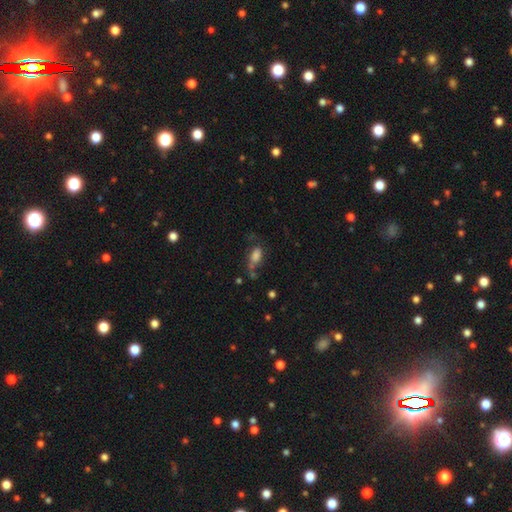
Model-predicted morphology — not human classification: Smooth or featured? smooth (76%)
How rounded? in between (88%)
Merging? none (42%)